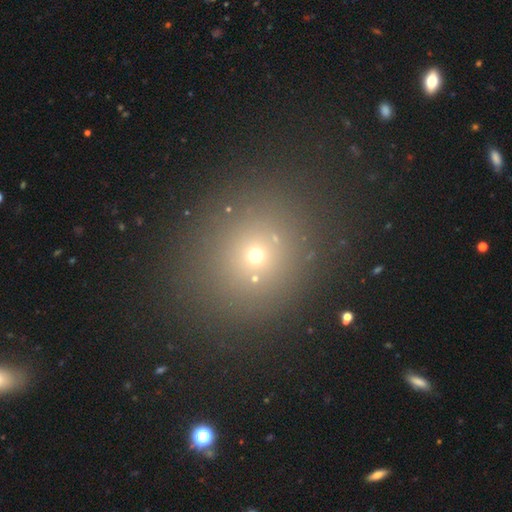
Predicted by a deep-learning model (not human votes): The model was most divided on "smooth or featured": smooth: 59%, star or artifact: 31%, featured or disk: 10%. More confident: merging — none (84%); how rounded — round (83%).